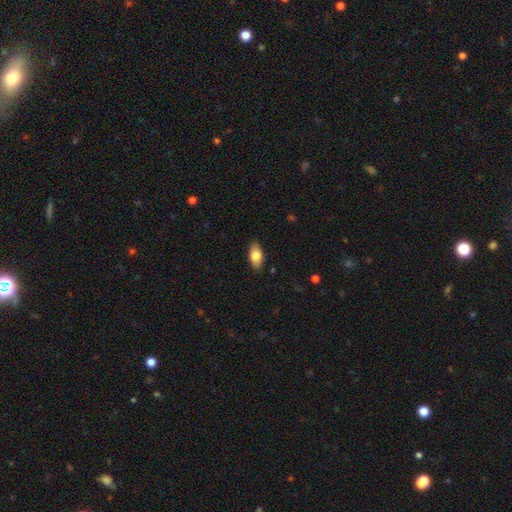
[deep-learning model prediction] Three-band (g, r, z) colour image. It shows a smooth galaxy with no disk features (79%) that is in between round and cigar-shaped (90%). Merging: none (88%).